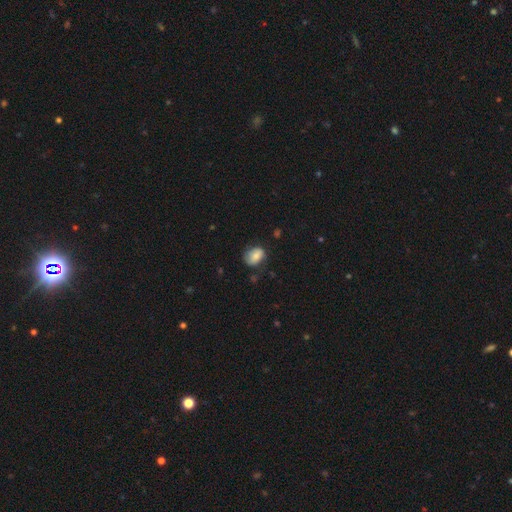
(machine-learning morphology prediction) Smooth or featured?
  - smooth: 72% *
  - featured or disk: 19%
  - star or artifact: 8%
How rounded?
  - in between: 70% *
  - round: 29%
  - cigar-shaped: 1%
Merging?
  - none: 62% *
  - minor disturbance: 28%
  - major disturbance: 8%
  - merger: 2%